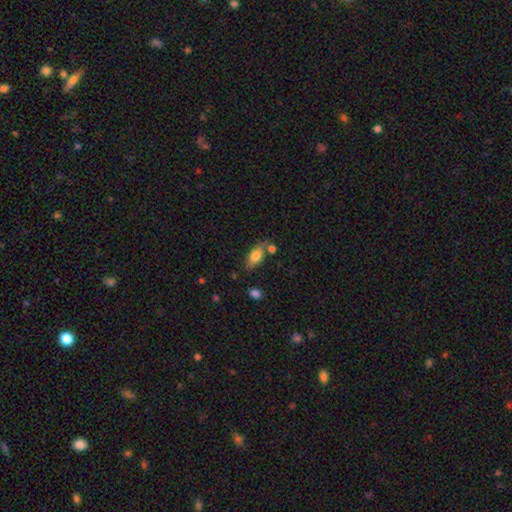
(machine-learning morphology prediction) Smooth or featured? Predicted: smooth (p=0.77). How rounded? Predicted: in between (p=0.84). Merging? Predicted: none (p=0.66).